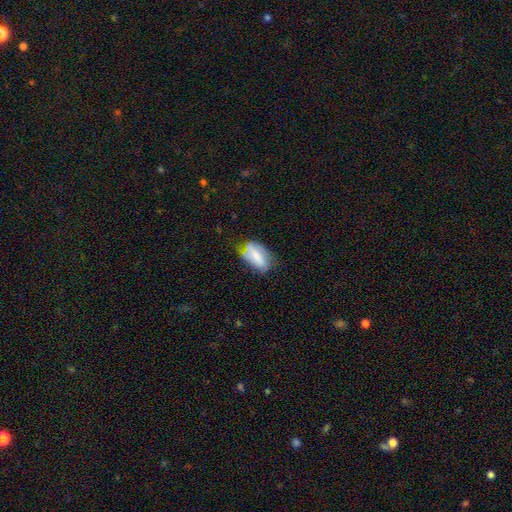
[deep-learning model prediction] smooth 57%, featured or disk 35%, star or artifact 7%. Down the decision tree: how rounded — in between (89%); merging — none (51%).